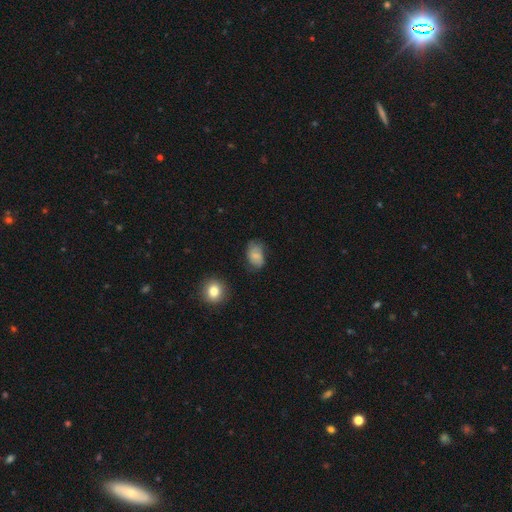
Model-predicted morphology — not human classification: Smooth or featured?
  - smooth: 67% *
  - featured or disk: 23%
  - star or artifact: 10%
How rounded?
  - in between: 82% *
  - round: 16%
  - cigar-shaped: 1%
Merging?
  - none: 55% *
  - minor disturbance: 31%
  - major disturbance: 11%
  - merger: 3%